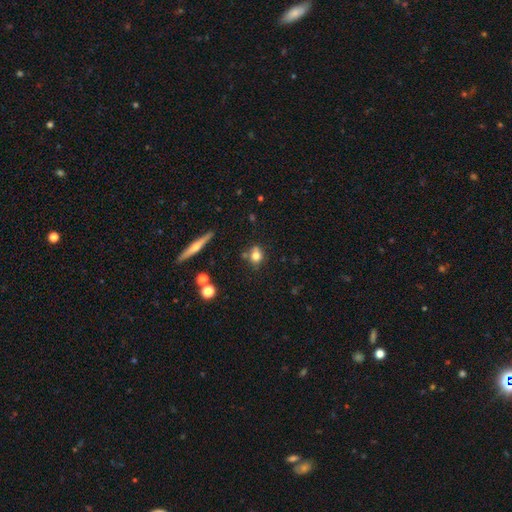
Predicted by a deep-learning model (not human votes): A smooth galaxy with no disk features (75%) that is round (62%).

Vote fractions:
- Smooth or featured? smooth: 75% / featured or disk: 13% / star or artifact: 12%
- How rounded? round: 62% / in between: 35% / cigar-shaped: 3%
- Merging? none: 67% / minor disturbance: 16% / merger: 13% / major disturbance: 4%